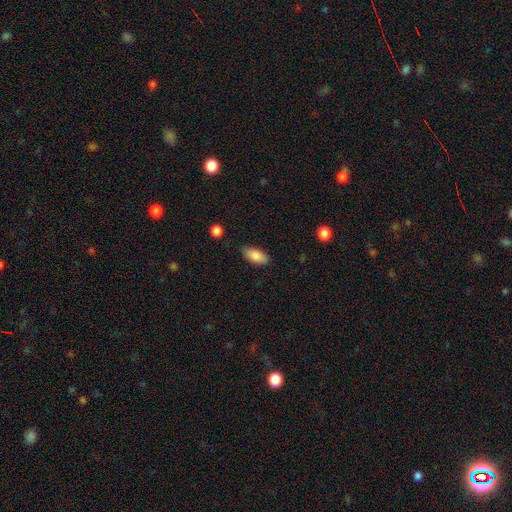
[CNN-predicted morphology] This is clearly a smooth galaxy (86%). How rounded: clearly in between (90%). Merging: clearly none (81%).